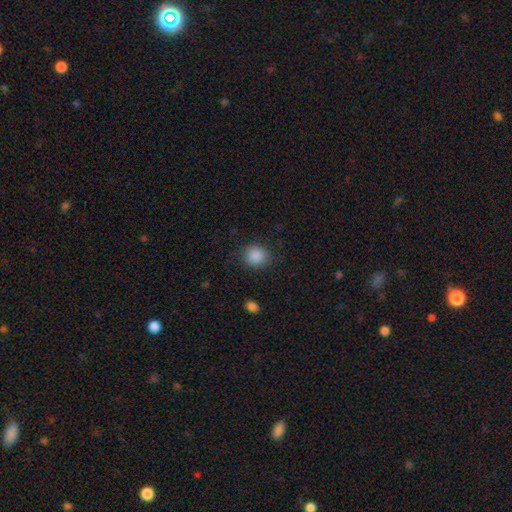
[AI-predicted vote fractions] Smooth or featured? smooth (88%)
How rounded? round (80%)
Merging? none (85%)